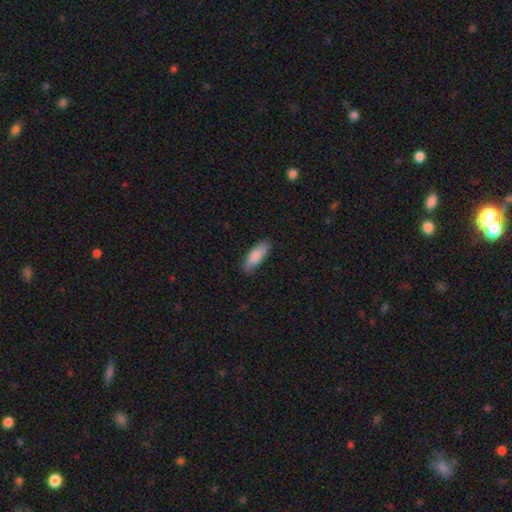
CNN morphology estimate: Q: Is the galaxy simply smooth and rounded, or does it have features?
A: smooth — 86%.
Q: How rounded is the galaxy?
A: in between — 66%.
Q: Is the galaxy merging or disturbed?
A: none — 83%.